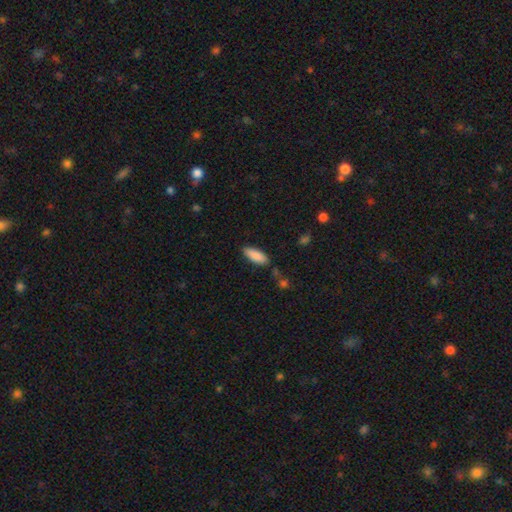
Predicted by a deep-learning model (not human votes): Overall: smooth (88%). How rounded: in between (74%). Merging: none (82%).